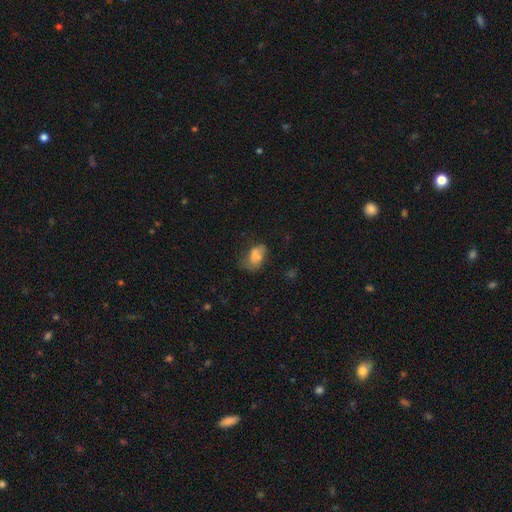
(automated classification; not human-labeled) Morphology: type=smooth (70%); roundness=in between (84%); merging=none (35%).